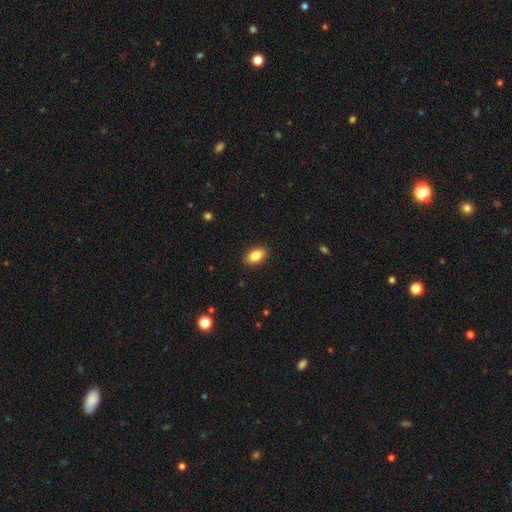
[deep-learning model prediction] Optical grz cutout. It shows a smooth galaxy with no disk features (85%) that is in between round and cigar-shaped (90%). Merging: none (89%).